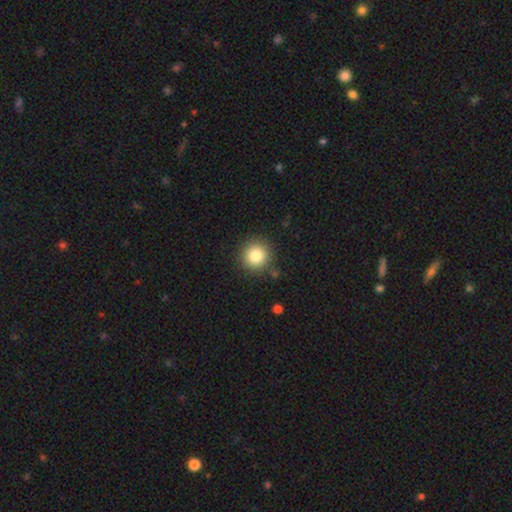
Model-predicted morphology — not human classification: Overall: smooth (82%). How rounded: round (94%). Merging: none (87%).